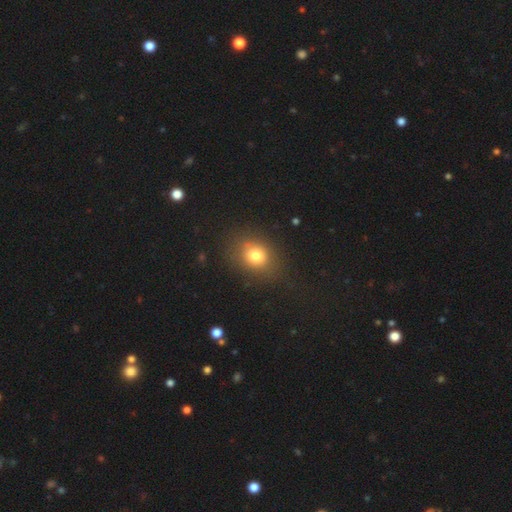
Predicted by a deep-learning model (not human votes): This is likely a smooth galaxy (77%). How rounded: possibly round (54%). Merging: likely none (78%).